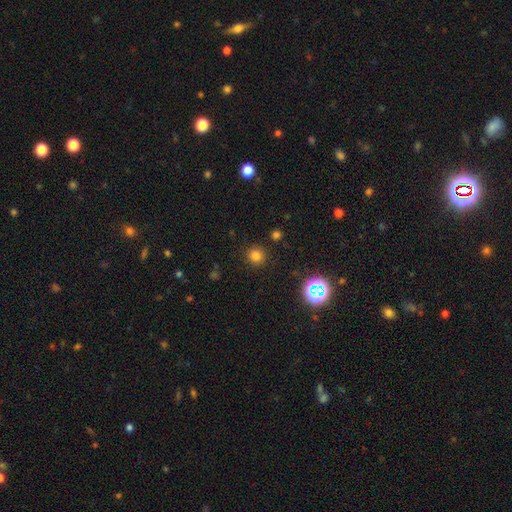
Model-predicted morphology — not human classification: type=smooth (77%); roundness=round (93%); merging=none (89%).